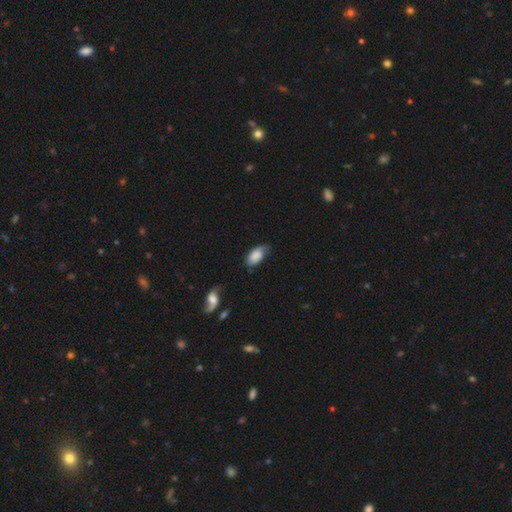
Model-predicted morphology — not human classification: A smooth galaxy with no disk features (78%) that is in between round and cigar-shaped (92%).

Vote fractions:
- Smooth or featured? smooth: 78% / featured or disk: 15% / star or artifact: 7%
- How rounded? in between: 92% / round: 6% / cigar-shaped: 2%
- Merging? none: 44% / minor disturbance: 39% / major disturbance: 14% / merger: 3%